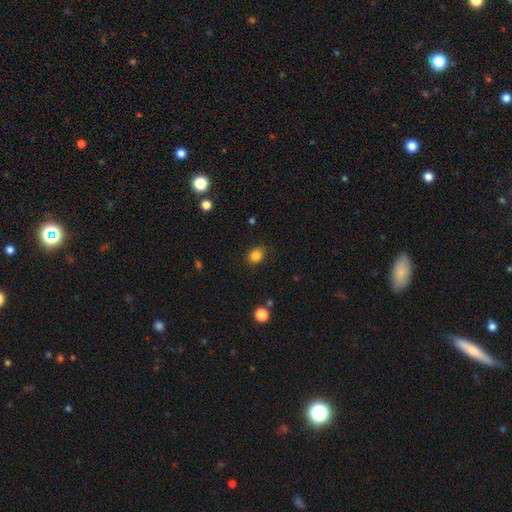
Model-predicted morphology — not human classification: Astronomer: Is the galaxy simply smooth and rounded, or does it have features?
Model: smooth — 84%.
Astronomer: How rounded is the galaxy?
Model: round — 55% (runner-up: in between, 44%).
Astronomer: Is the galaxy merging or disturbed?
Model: none — 82%.